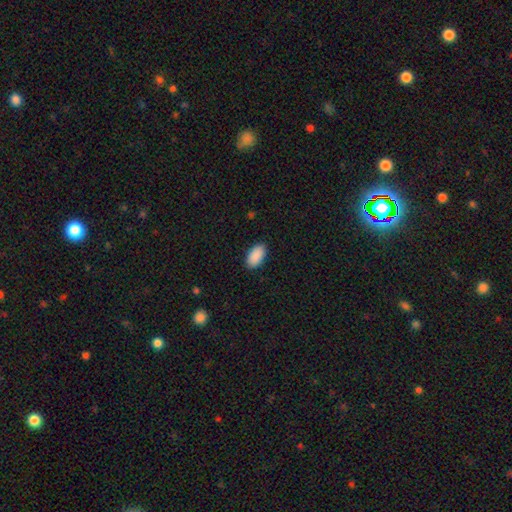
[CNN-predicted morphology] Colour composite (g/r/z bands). It shows a smooth galaxy with no disk features (91%) that is in between round and cigar-shaped (95%). Merging: none (88%).